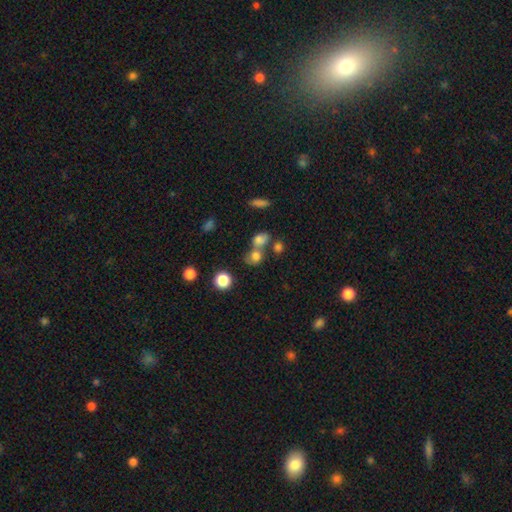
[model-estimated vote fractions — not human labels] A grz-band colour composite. It shows a smooth galaxy with no disk features (75%) that is round (67%). Merging: merger (44%).